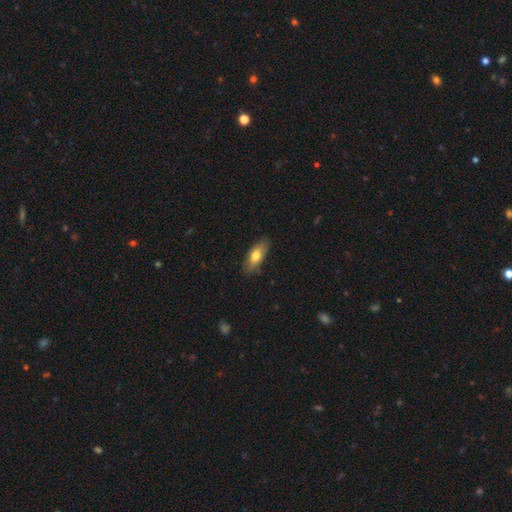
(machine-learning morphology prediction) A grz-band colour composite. It shows a smooth galaxy with no disk features (73%) that is in between round and cigar-shaped (77%). Merging: none (82%).